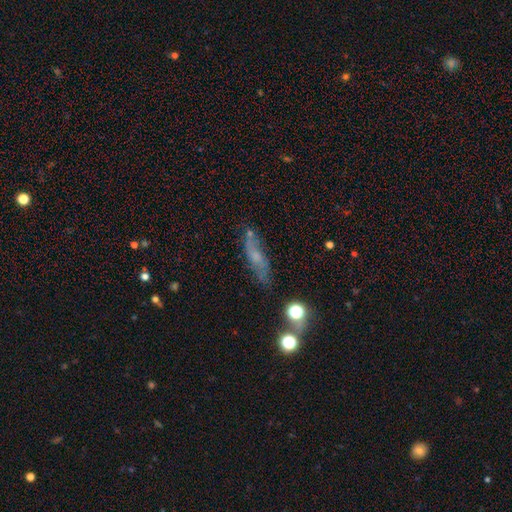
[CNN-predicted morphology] A featured or disk galaxy (47%). Merging: none (66%).